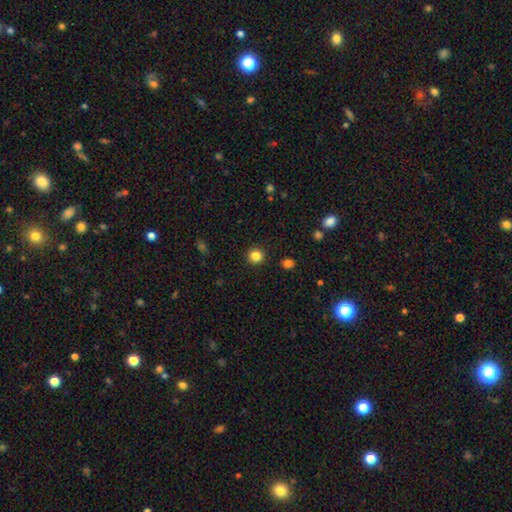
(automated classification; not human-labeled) Overall: smooth (83%). How rounded: round (93%). Merging: none (92%).